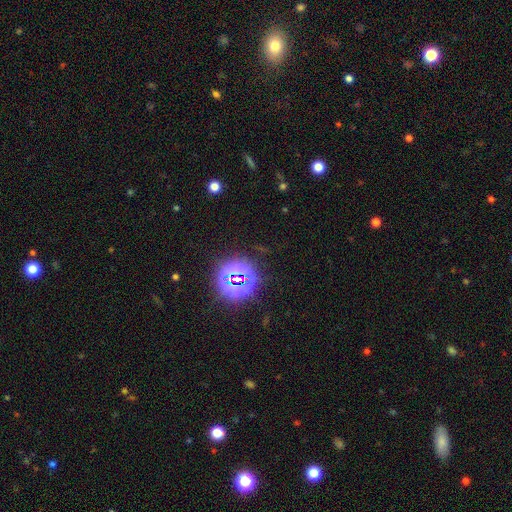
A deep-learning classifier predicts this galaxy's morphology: Overall: star or artifact (78%).